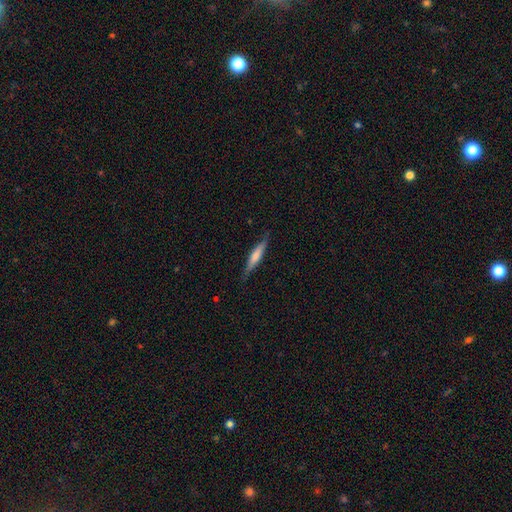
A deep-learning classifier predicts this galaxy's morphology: smooth-or-featured: smooth: 54% | featured or disk: 41% | star or artifact: 6%
  how-rounded: cigar-shaped: 89% | in between: 10% | round: 1%
  merging: none: 82% | minor disturbance: 14% | major disturbance: 3% | merger: 1%